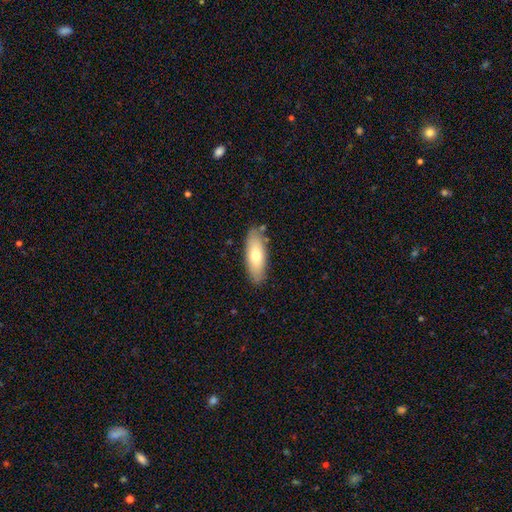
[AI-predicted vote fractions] A smooth galaxy with no disk features (68%) that is in between round and cigar-shaped (67%). Merging: none (84%).